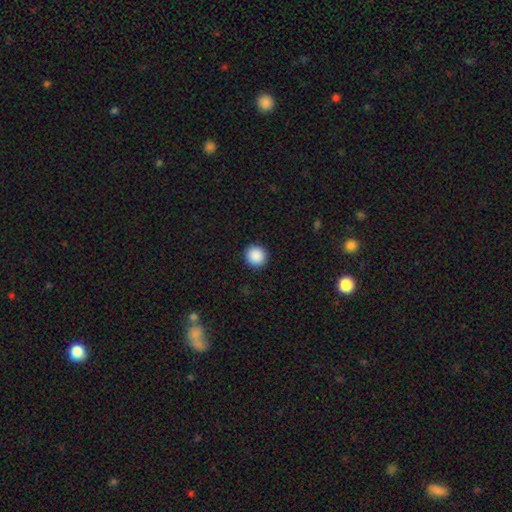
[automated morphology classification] smooth_or_featured: smooth (p=0.90) [alt: star or artifact p=0.08]
how_rounded: round (p=0.94) [alt: in between p=0.06]
merging: none (p=0.93) [alt: minor disturbance p=0.05]